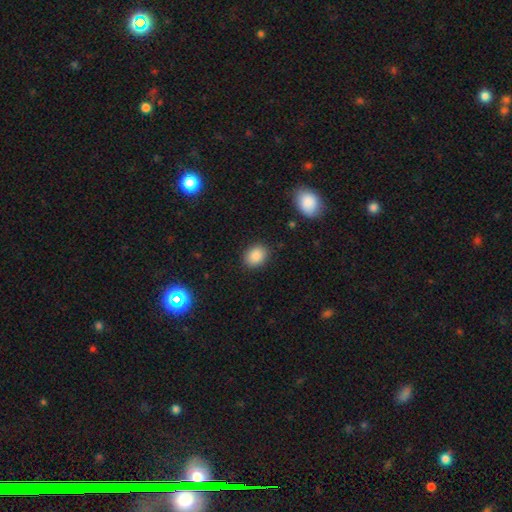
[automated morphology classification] smooth_or_featured: smooth (p=0.87) [alt: star or artifact p=0.09]
how_rounded: in between (p=0.59) [alt: round p=0.40]
merging: none (p=0.87) [alt: minor disturbance p=0.09]